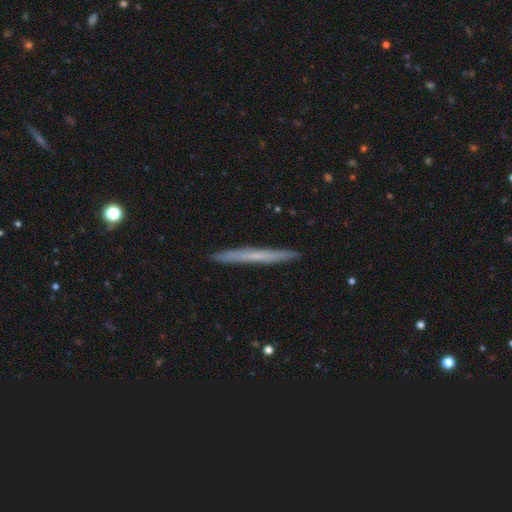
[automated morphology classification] This is possibly a smooth galaxy (49%). Merging: clearly none (92%).